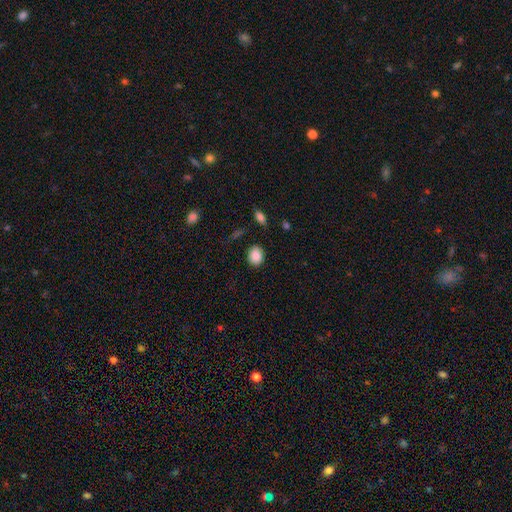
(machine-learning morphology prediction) A smooth galaxy with no disk features (88%) that is round (52%). Merging: none (85%).